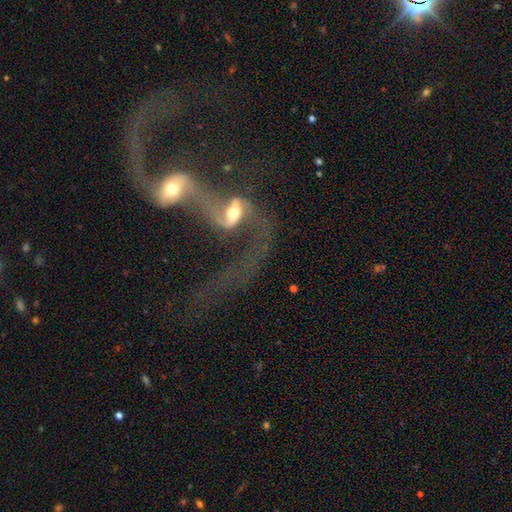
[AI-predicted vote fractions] Smooth or featured?
  - featured or disk: 80% *
  - smooth: 11%
  - star or artifact: 9%
Edge-on disk?
  - no: 96% *
  - yes: 4%
Bar?
  - no: 47% *
  - weak: 33%
  - strong: 20%
Spiral arms?
  - yes: 83% *
  - no: 17%
Spiral winding?
  - loose: 83% *
  - medium: 13%
  - tight: 4%
Spiral arm count?
  - 2: 73% *
  - 1: 12%
  - 3: 7%
  - can't tell: 5%
  - 4: 2%
  - more than 4: 2%
Bulge size?
  - moderate: 49% *
  - small: 33%
  - large: 8%
  - none: 7%
  - dominant: 3%
Merging?
  - merger: 69% *
  - none: 13%
  - major disturbance: 13%
  - minor disturbance: 6%